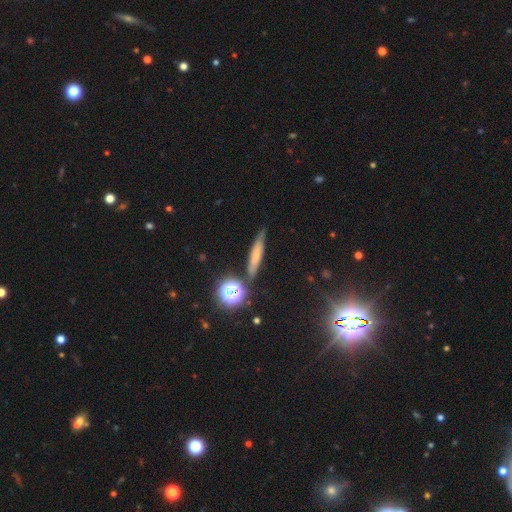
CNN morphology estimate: smooth 58%, featured or disk 25%, star or artifact 17%. Down the decision tree: how rounded — cigar-shaped (79%); merging — none (81%).